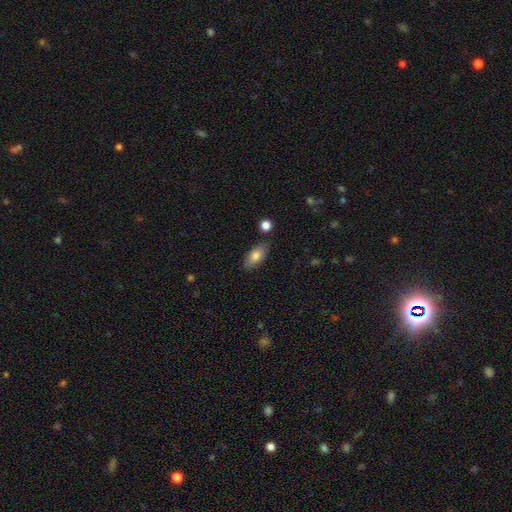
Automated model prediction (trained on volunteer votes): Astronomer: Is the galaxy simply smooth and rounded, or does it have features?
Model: smooth — 80%.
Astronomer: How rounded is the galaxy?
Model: in between — 88%.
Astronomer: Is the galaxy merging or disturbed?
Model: none — 82%.